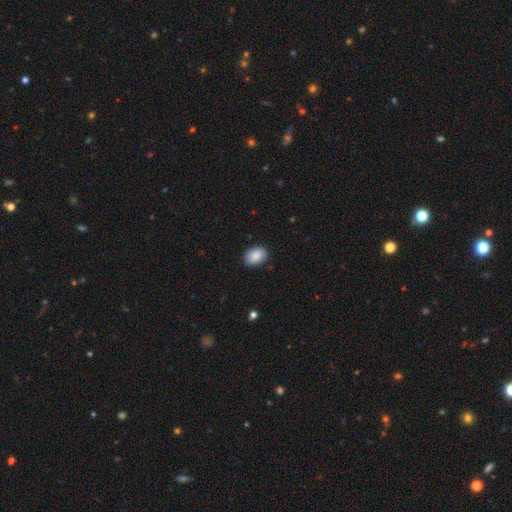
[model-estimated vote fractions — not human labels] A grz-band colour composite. It shows a smooth galaxy with no disk features (88%) that is in between round and cigar-shaped (80%). Merging: none (87%).